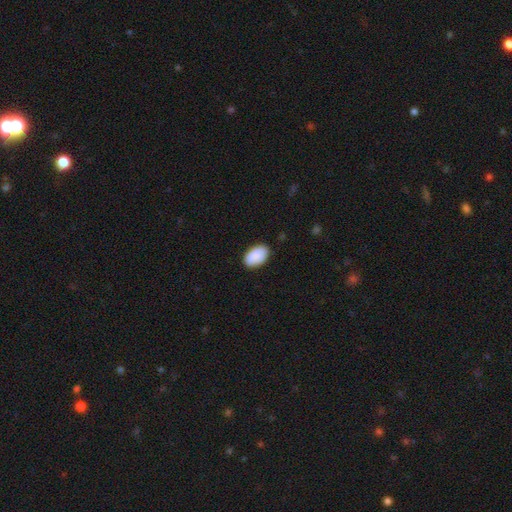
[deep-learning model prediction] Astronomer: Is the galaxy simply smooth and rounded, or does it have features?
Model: smooth — 90%.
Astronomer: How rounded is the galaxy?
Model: in between — 94%.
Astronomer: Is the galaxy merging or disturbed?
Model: none — 84%.